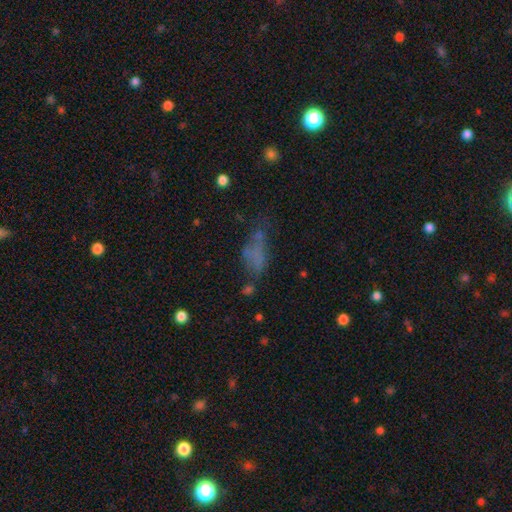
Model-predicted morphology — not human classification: smooth_or_featured: smooth (p=0.52) [alt: featured or disk p=0.29]
how_rounded: in between (p=0.77) [alt: cigar-shaped p=0.17]
merging: none (p=0.34) [alt: major disturbance p=0.31]